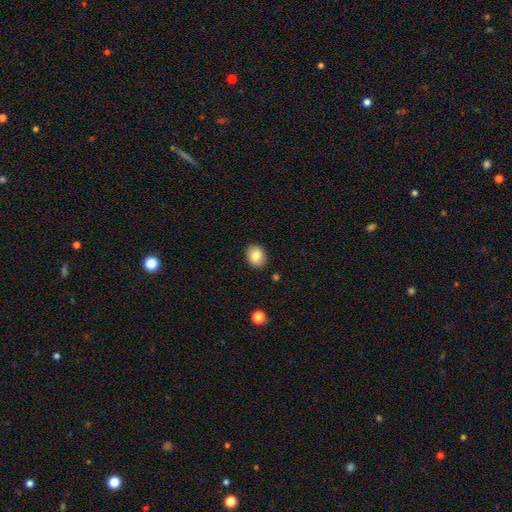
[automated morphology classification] The model was most divided on "how rounded": in between: 52%, round: 47%, cigar-shaped: 1%. More confident: merging — none (89%); smooth or featured — smooth (84%).